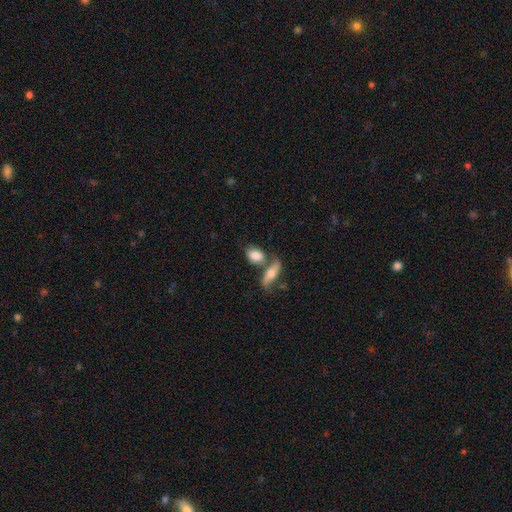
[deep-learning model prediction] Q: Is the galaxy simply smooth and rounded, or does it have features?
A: smooth — 78%.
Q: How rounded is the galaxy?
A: in between — 79%.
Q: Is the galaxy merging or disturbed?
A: none — 44%.